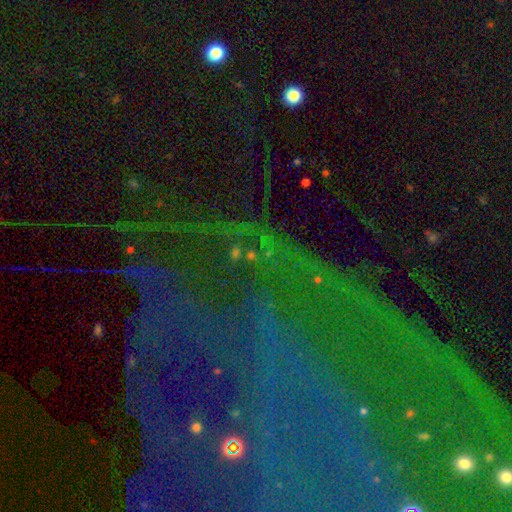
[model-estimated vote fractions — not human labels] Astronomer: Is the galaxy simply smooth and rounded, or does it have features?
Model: star or artifact — 76%.